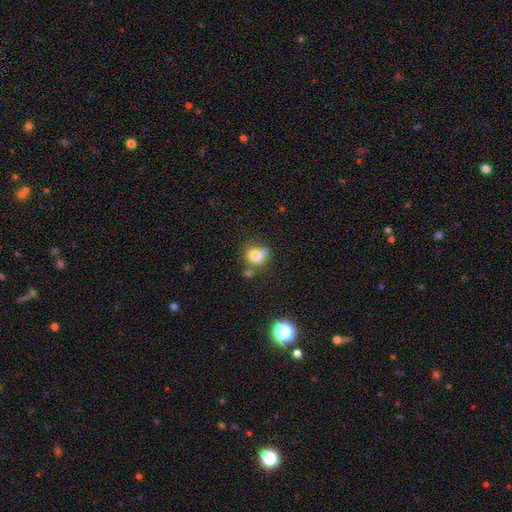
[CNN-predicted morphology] The model was most divided on "how rounded": round: 54%, in between: 44%, cigar-shaped: 2%. Remaining: smooth or featured — smooth (76%); merging — none (39%).